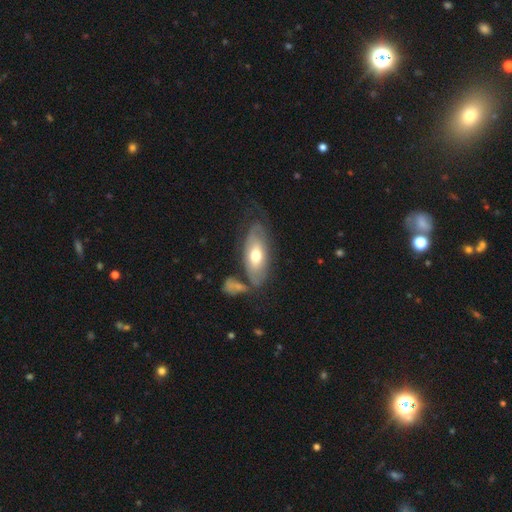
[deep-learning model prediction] This is possibly a smooth galaxy (51%). How rounded: clearly in between (84%). Merging: possibly none (57%).